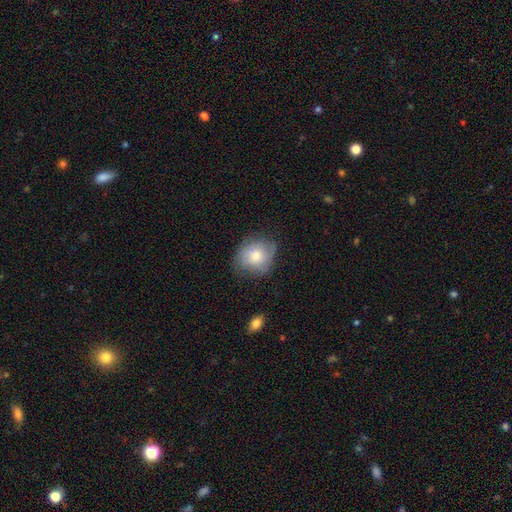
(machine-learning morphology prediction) smooth_or_featured: smooth (p=0.68) [alt: featured or disk p=0.24]
how_rounded: round (p=0.70) [alt: in between p=0.29]
merging: none (p=0.63) [alt: minor disturbance p=0.28]